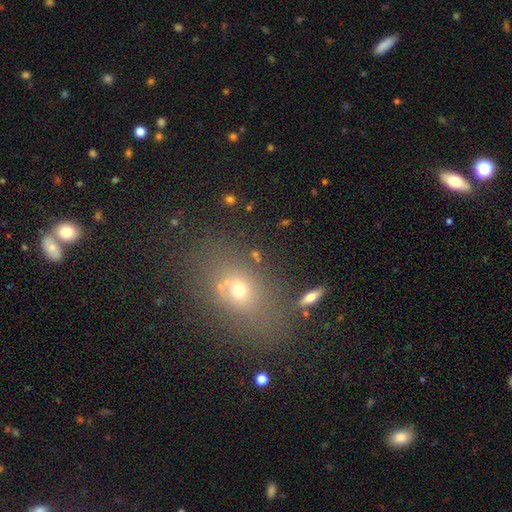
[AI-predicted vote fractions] Morphology: type=smooth (56%); roundness=in between (59%); merging=none (61%).